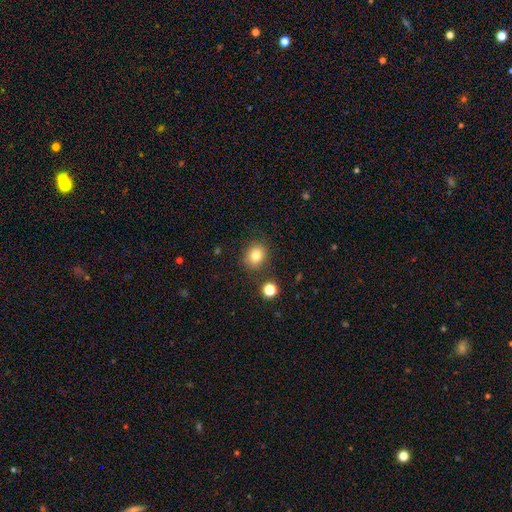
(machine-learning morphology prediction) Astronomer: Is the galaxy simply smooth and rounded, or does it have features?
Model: smooth — 81%.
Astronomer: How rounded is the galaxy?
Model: round — 72%.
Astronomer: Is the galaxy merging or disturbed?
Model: none — 84%.